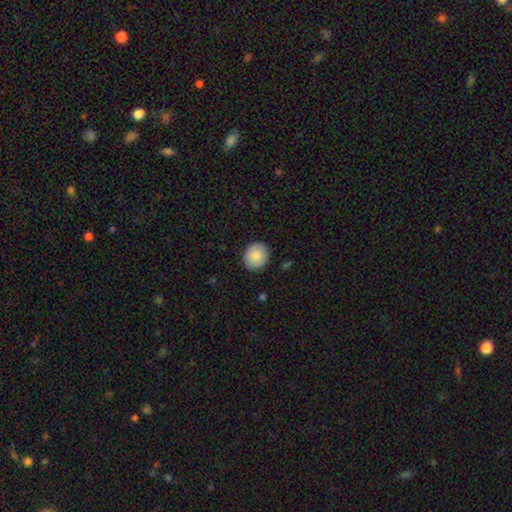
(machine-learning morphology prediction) Smooth or featured?
  - smooth: 86% *
  - featured or disk: 7%
  - star or artifact: 7%
How rounded?
  - round: 72% *
  - in between: 27%
  - cigar-shaped: 1%
Merging?
  - none: 90% *
  - minor disturbance: 8%
  - major disturbance: 2%
  - merger: 1%